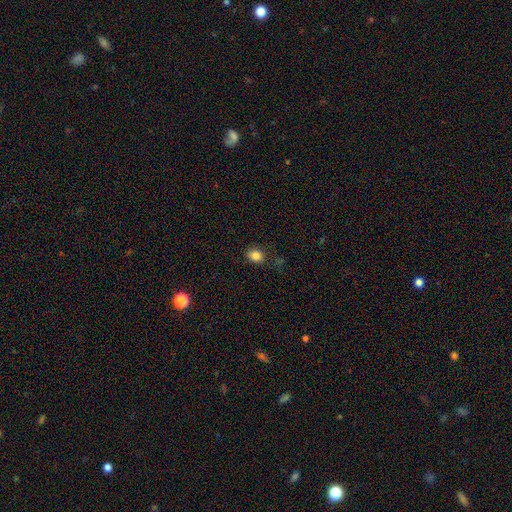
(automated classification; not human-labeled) A smooth galaxy with no disk features (84%) that is in between round and cigar-shaped (50%). Merging: none (84%).